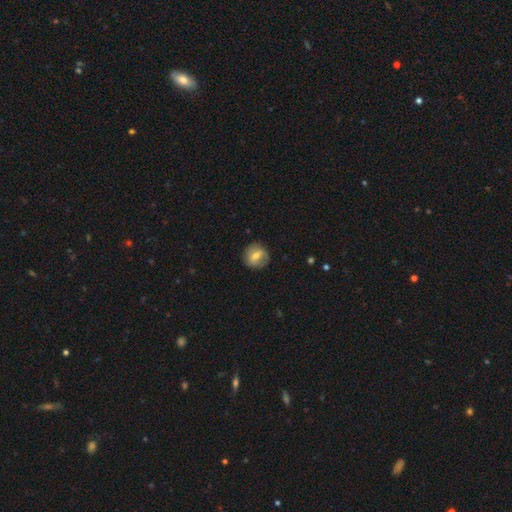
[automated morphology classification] type=smooth (55%); roundness=round (86%); merging=none (83%).